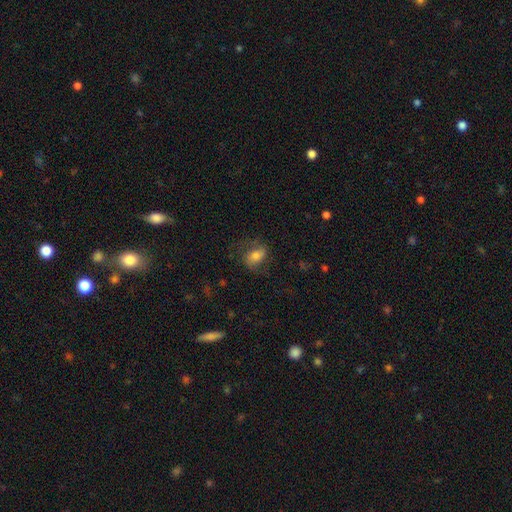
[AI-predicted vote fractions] The model was most divided on "smooth or featured": smooth: 60%, featured or disk: 30%, star or artifact: 10%. More confident: how rounded — in between (73%); merging — none (60%).